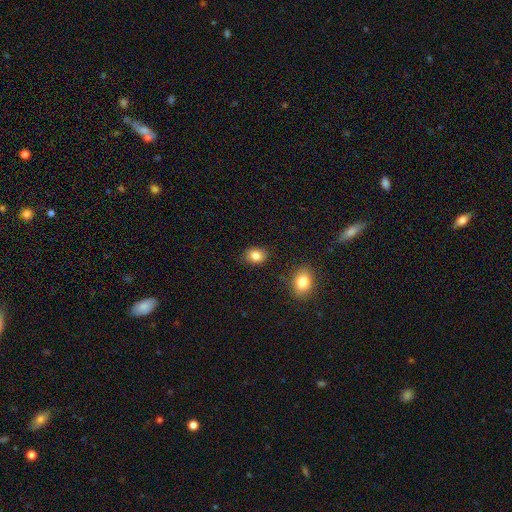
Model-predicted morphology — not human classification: Smooth or featured? smooth (85%)
How rounded? in between (55%)
Merging? none (84%)